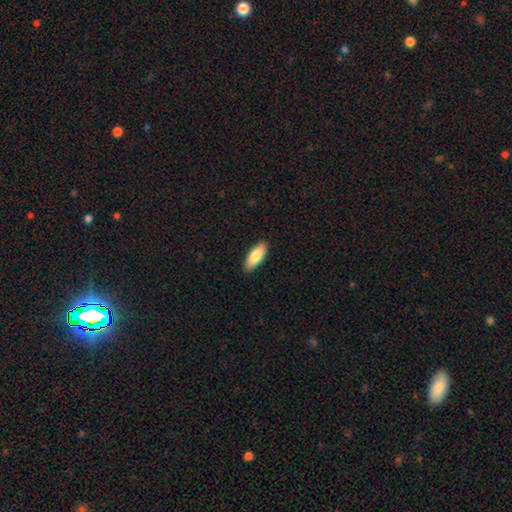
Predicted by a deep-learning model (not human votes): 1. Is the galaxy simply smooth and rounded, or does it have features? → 83% smooth, 12% featured or disk, 6% star or artifact.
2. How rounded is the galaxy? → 79% in between, 19% cigar-shaped, 2% round.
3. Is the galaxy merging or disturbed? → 90% none, 8% minor disturbance, 1% major disturbance, 1% merger.